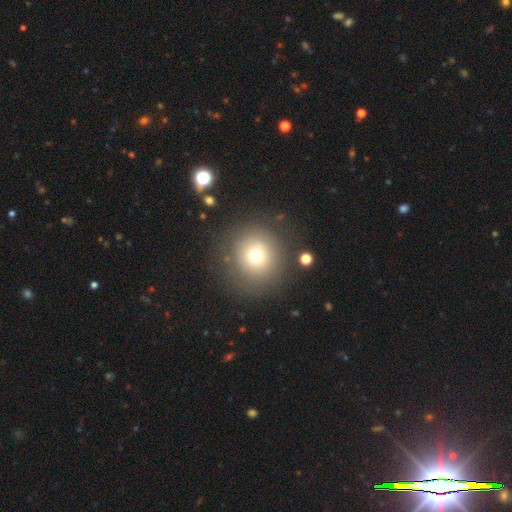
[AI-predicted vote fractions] Smooth or featured: smooth — 70% (star or artifact — 15%)
How rounded: round — 93% (in between — 6%)
Merging: none — 83% (minor disturbance — 9%)